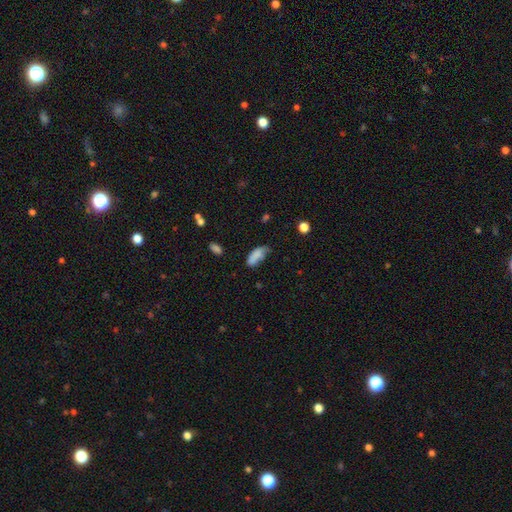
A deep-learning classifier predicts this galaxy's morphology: smooth-or-featured: smooth: 79% | featured or disk: 12% | star or artifact: 9%
  how-rounded: in between: 83% | cigar-shaped: 14% | round: 3%
  merging: minor disturbance: 39% | none: 37% | major disturbance: 18% | merger: 6%